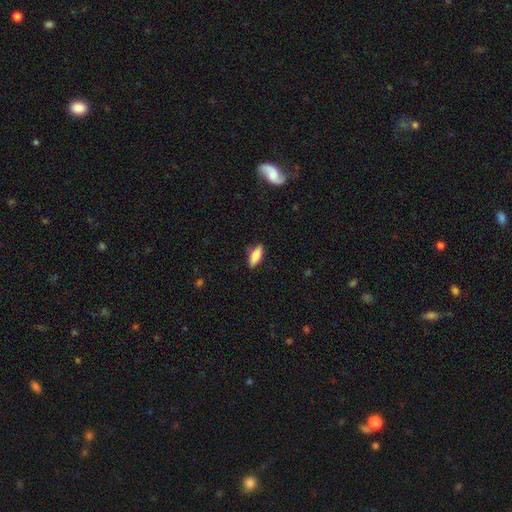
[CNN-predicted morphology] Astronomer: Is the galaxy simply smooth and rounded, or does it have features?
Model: smooth — 76%.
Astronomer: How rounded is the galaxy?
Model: in between — 68%.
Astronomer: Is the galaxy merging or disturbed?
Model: none — 84%.